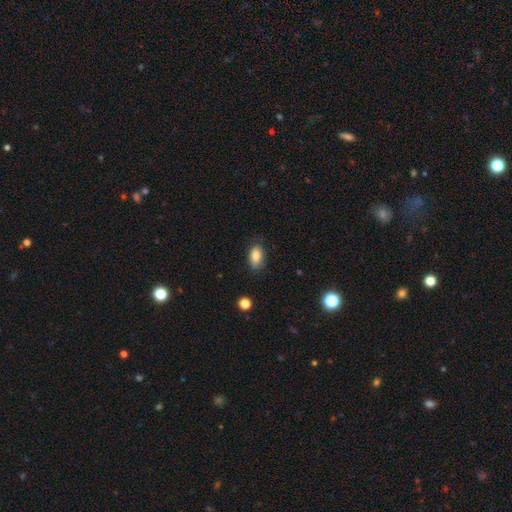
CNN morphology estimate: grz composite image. It shows a smooth galaxy with no disk features (84%) that is in between round and cigar-shaped (90%). Merging: none (78%).